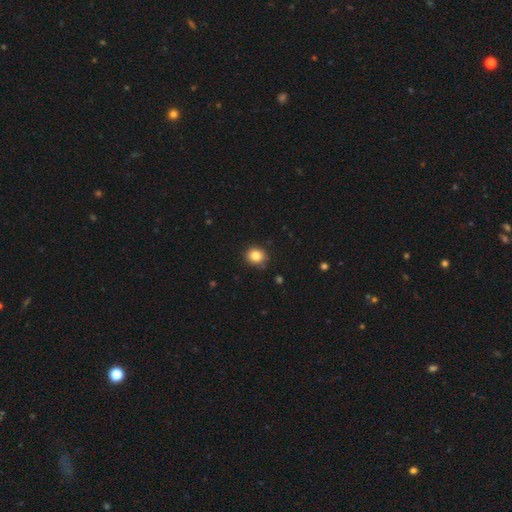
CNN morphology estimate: A smooth galaxy with no disk features (84%) that is round (80%). Merging: none (87%).